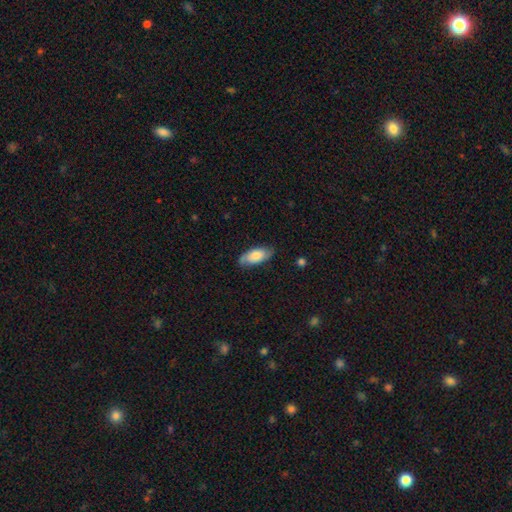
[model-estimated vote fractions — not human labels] Smooth or featured? Predicted: smooth (p=0.63). How rounded? Predicted: in between (p=0.87). Merging? Predicted: none (p=0.75).